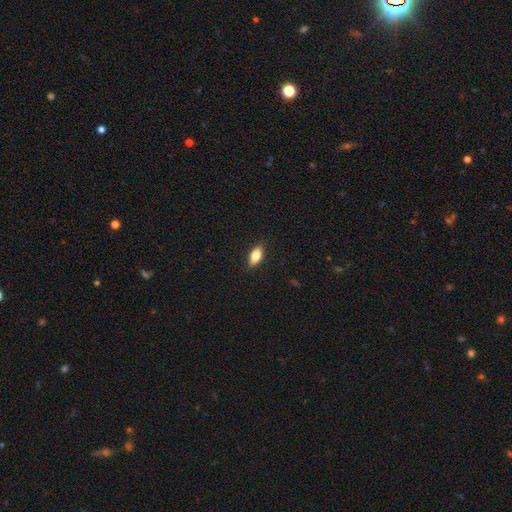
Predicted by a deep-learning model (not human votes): Overall: smooth (80%). How rounded: in between (87%). Merging: none (87%).